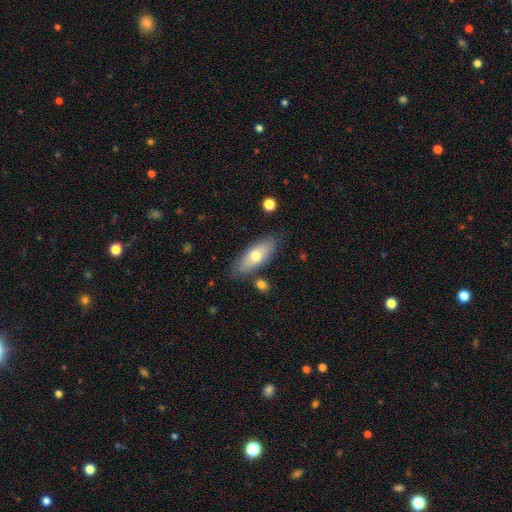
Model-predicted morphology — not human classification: The model was most divided on "smooth or featured": smooth: 64%, featured or disk: 30%, star or artifact: 6%. More confident: merging — none (81%); how rounded — in between (71%).